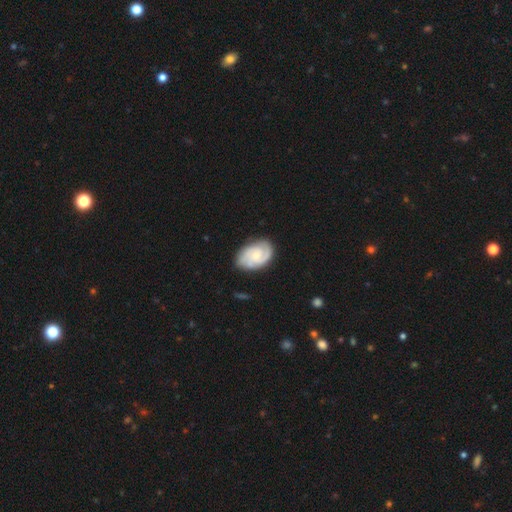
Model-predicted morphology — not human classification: The model was most divided on "spiral winding": tight: 53%, medium: 38%, loose: 9%. More confident: edge-on disk — no (98%); spiral arms — yes (96%); smooth or featured — featured or disk (80%); merging — none (77%); bar — no (65%); bulge size — small (60%); spiral arm count — 2 (56%).